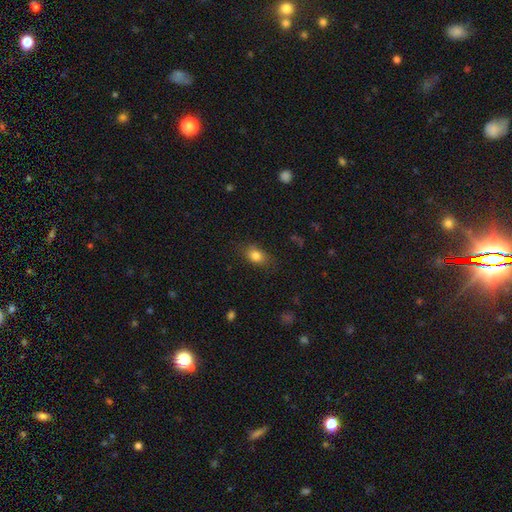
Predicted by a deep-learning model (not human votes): smooth-or-featured: smooth: 83% | star or artifact: 9% | featured or disk: 8%
  how-rounded: in between: 76% | round: 21% | cigar-shaped: 2%
  merging: none: 78% | minor disturbance: 17% | major disturbance: 4% | merger: 1%